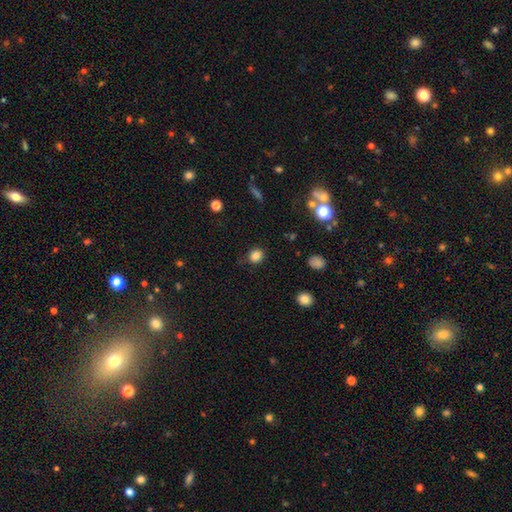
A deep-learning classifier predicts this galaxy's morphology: smooth-or-featured: smooth: 84% | star or artifact: 12% | featured or disk: 5%
  how-rounded: round: 79% | in between: 20% | cigar-shaped: 1%
  merging: none: 85% | minor disturbance: 10% | major disturbance: 3% | merger: 2%